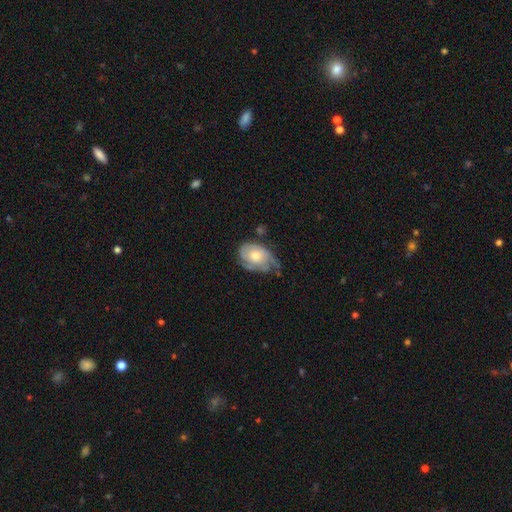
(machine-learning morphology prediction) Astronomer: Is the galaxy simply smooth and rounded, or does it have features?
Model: featured or disk — 55% (runner-up: smooth, 38%).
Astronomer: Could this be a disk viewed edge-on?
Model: no — 96%.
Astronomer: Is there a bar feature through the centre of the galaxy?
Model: no — 82%.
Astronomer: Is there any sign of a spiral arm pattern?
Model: yes — 76%.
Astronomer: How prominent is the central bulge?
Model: moderate — 58%.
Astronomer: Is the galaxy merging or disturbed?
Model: none — 38%, tied with minor disturbance at 38%.